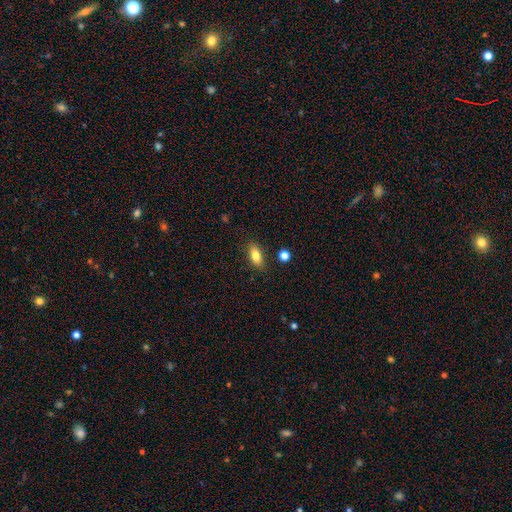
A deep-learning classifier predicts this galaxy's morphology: smooth_or_featured: smooth (p=0.80) [alt: featured or disk p=0.11]
how_rounded: in between (p=0.84) [alt: cigar-shaped p=0.09]
merging: none (p=0.84) [alt: minor disturbance p=0.11]